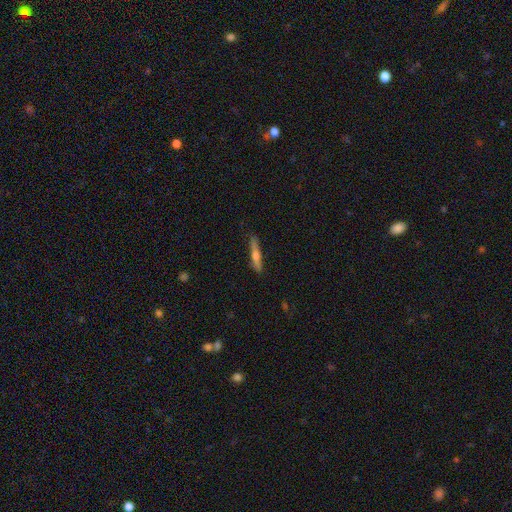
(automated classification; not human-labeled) smooth_or_featured: featured or disk (p=0.54) [alt: smooth p=0.40]
disk_edge_on: yes (p=0.95) [alt: no p=0.05]
edge_on_bulge: rounded (p=0.79) [alt: none p=0.14]
merging: none (p=0.84) [alt: minor disturbance p=0.12]